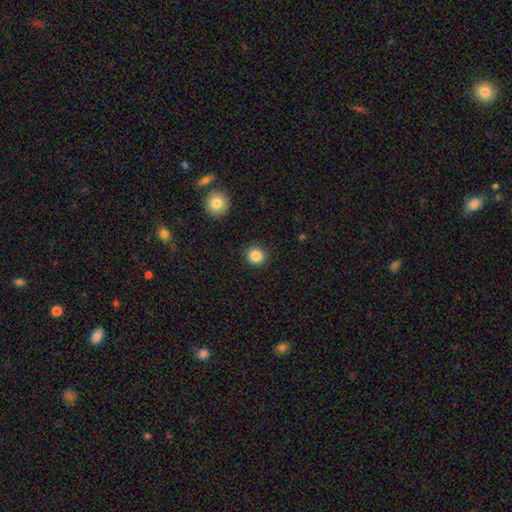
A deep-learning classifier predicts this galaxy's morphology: The model was most divided on "smooth or featured": smooth: 86%, star or artifact: 10%, featured or disk: 4%. More confident: merging — none (90%); how rounded — round (90%).